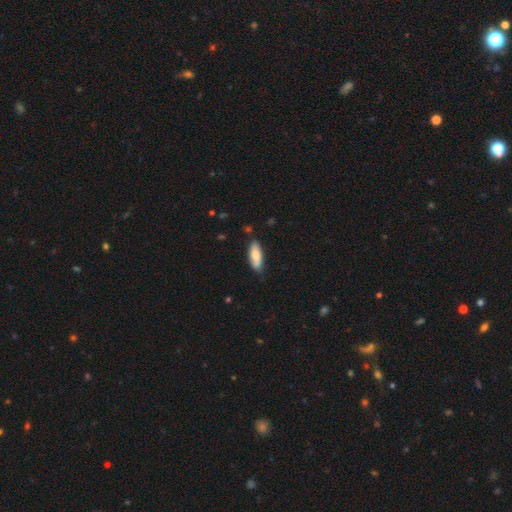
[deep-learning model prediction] The model was most divided on "how rounded": in between: 69%, cigar-shaped: 29%, round: 2%. More confident: merging — none (81%); smooth or featured — smooth (72%).